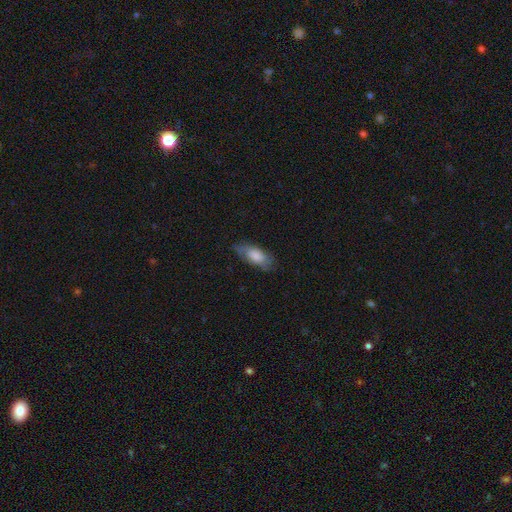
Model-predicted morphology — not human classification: smooth_or_featured: smooth (p=0.68) [alt: featured or disk p=0.26]
how_rounded: in between (p=0.83) [alt: cigar-shaped p=0.15]
merging: none (p=0.65) [alt: minor disturbance p=0.26]